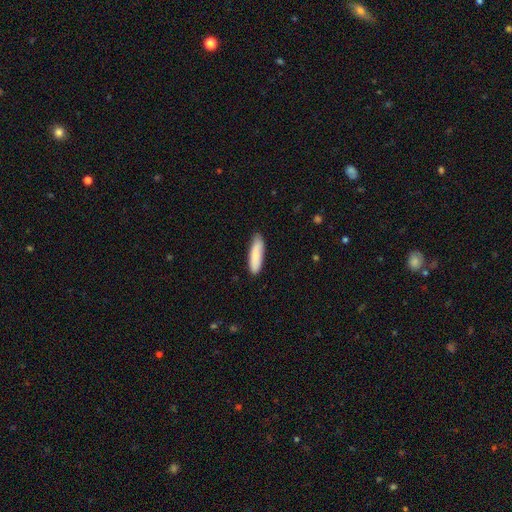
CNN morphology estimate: A smooth galaxy with no disk features (86%) that is cigar-shaped (65%).

Vote fractions:
- Smooth or featured? smooth: 86% / featured or disk: 9% / star or artifact: 5%
- How rounded? cigar-shaped: 65% / in between: 34% / round: 1%
- Merging? none: 84% / minor disturbance: 13% / major disturbance: 2% / merger: 1%